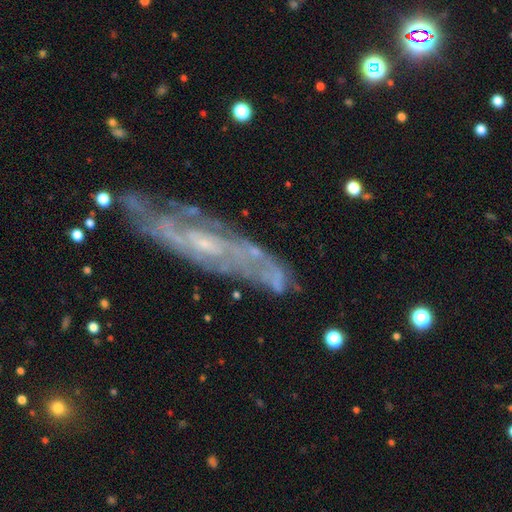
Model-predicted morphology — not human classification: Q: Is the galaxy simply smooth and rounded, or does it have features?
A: featured or disk — 81%.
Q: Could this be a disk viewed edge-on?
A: no — 85%.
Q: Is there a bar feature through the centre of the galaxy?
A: no — 50%.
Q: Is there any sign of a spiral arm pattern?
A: yes — 86%.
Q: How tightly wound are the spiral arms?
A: tight — 44%.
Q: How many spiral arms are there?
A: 2 — 41%.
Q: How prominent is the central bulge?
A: small — 70%.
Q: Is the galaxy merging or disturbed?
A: none — 62%.